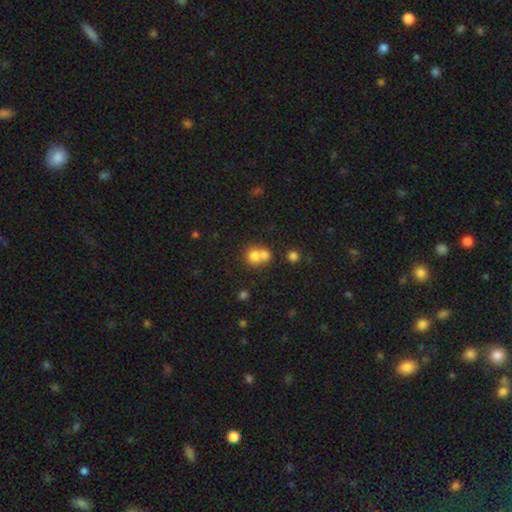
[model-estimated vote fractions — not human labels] smooth_or_featured: smooth (p=0.74) [alt: featured or disk p=0.14]
how_rounded: round (p=0.80) [alt: in between p=0.19]
merging: merger (p=0.58) [alt: none p=0.34]